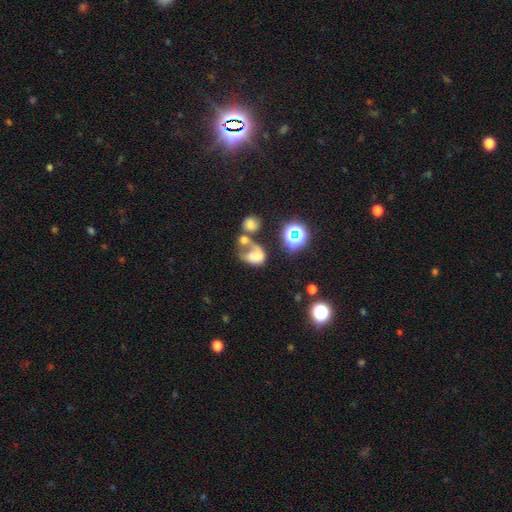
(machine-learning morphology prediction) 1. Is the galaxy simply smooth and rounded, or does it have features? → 53% smooth, 29% featured or disk, 19% star or artifact.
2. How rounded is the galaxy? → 63% in between, 36% round, 1% cigar-shaped.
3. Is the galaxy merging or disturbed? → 47% merger, 25% major disturbance, 16% none, 12% minor disturbance.